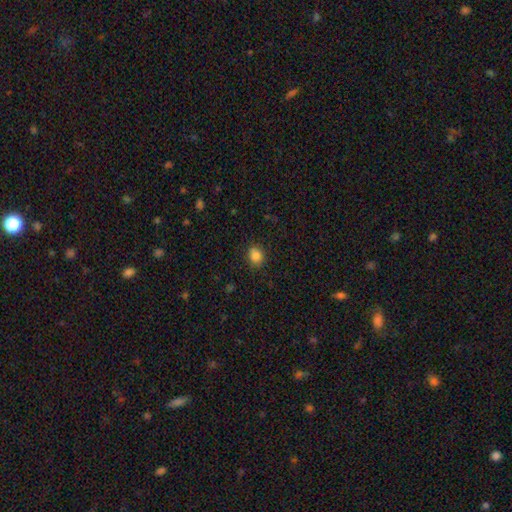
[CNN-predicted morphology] The model was most divided on "how rounded": round: 62%, in between: 37%, cigar-shaped: 1%. More confident: smooth or featured — smooth (84%); merging — none (82%).